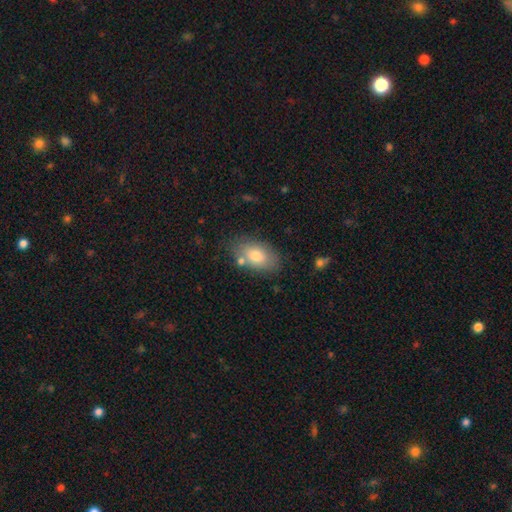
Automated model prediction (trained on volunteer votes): Q: Smooth or featured?
A: smooth (77%); runner-up: featured or disk (16%)
Q: How rounded?
A: in between (89%); runner-up: round (9%)
Q: Merging?
A: none (74%); runner-up: minor disturbance (16%)